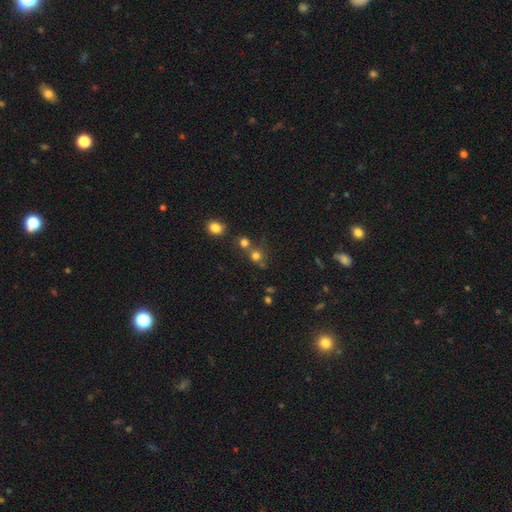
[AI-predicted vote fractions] Smooth or featured?
  - smooth: 72% *
  - star or artifact: 19%
  - featured or disk: 9%
How rounded?
  - round: 86% *
  - in between: 13%
  - cigar-shaped: 1%
Merging?
  - none: 57% *
  - merger: 30%
  - minor disturbance: 9%
  - major disturbance: 4%